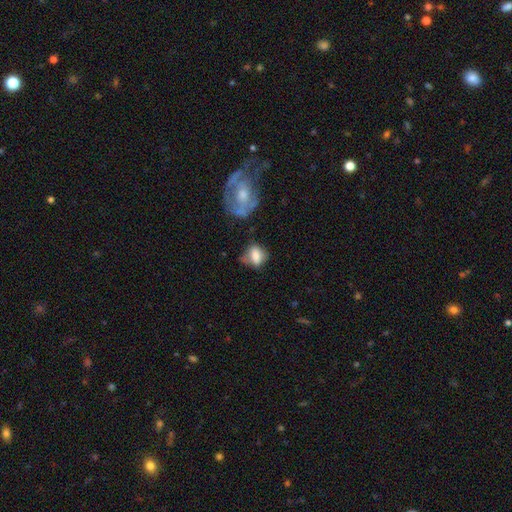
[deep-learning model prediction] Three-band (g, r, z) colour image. It shows a smooth galaxy with no disk features (70%) that is in between round and cigar-shaped (66%). Merging: none (42%).